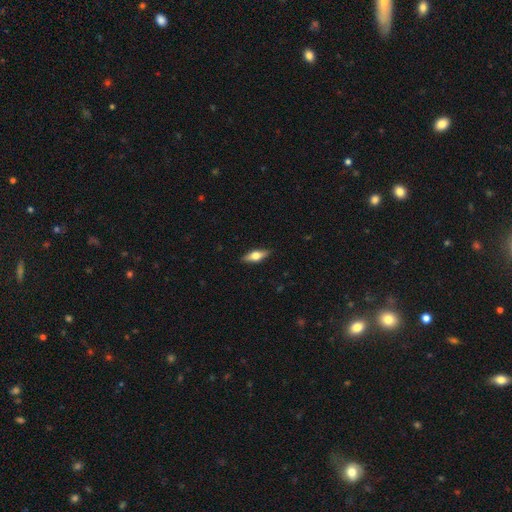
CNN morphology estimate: This is possibly a smooth galaxy (51%). How rounded: likely in between (62%). Merging: clearly none (89%).